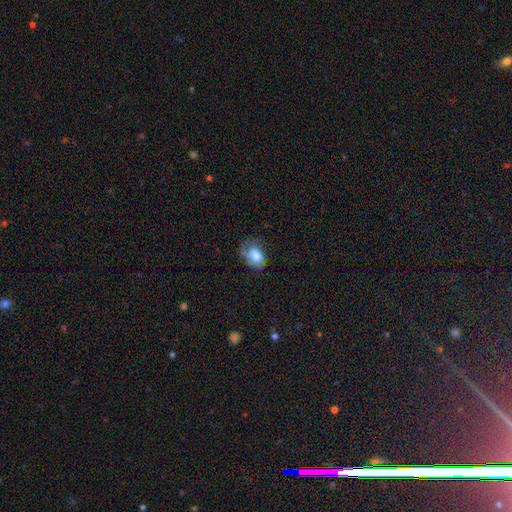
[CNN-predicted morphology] Overall: smooth (68%). How rounded: in between (78%). Merging: none (38%; minor disturbance 34%).